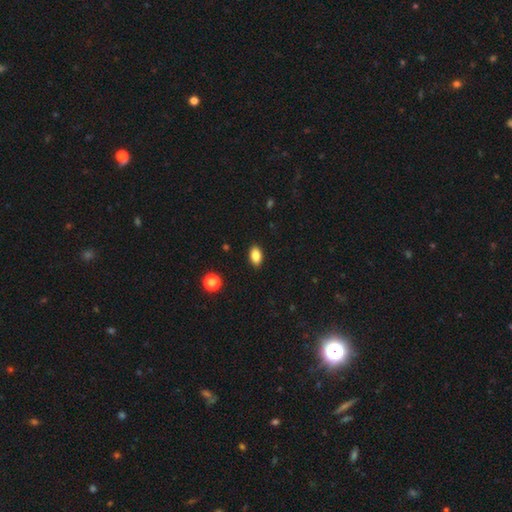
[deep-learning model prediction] smooth-or-featured: smooth: 86% | star or artifact: 9% | featured or disk: 5%
  how-rounded: in between: 90% | round: 8% | cigar-shaped: 2%
  merging: none: 90% | minor disturbance: 7% | major disturbance: 2% | merger: 1%